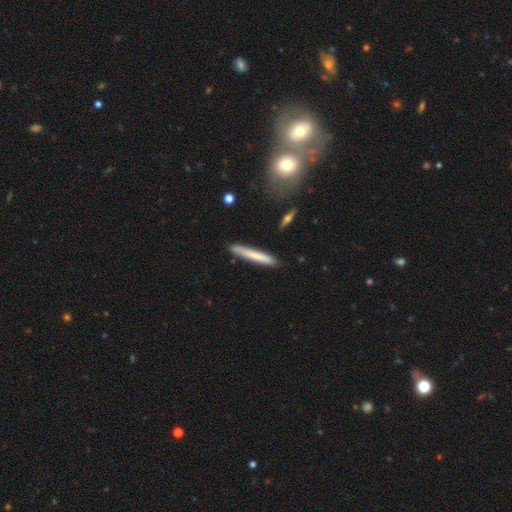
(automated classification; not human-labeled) Q: Smooth or featured?
A: smooth (72%); runner-up: featured or disk (22%)
Q: How rounded?
A: cigar-shaped (96%); runner-up: in between (3%)
Q: Merging?
A: none (87%); runner-up: minor disturbance (9%)